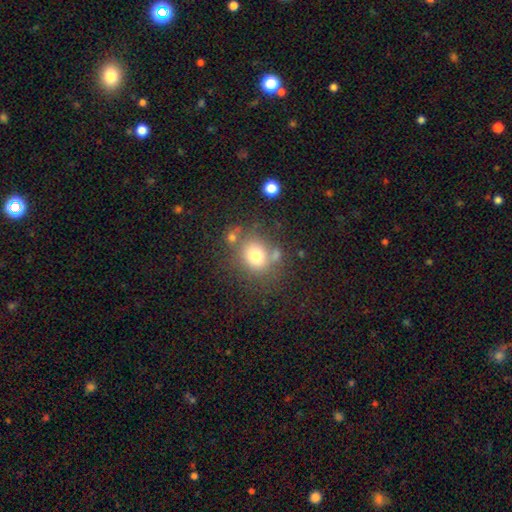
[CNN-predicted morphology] Smooth or featured? smooth (74%)
How rounded? round (69%)
Merging? none (65%)